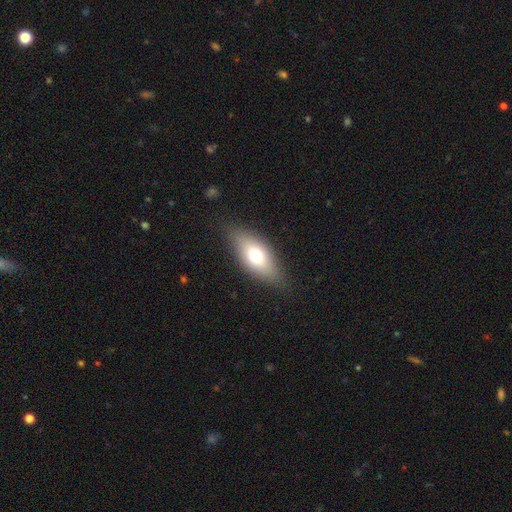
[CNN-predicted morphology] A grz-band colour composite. It shows a smooth galaxy with no disk features (67%) that is in between round and cigar-shaped (82%). Merging: none (81%).